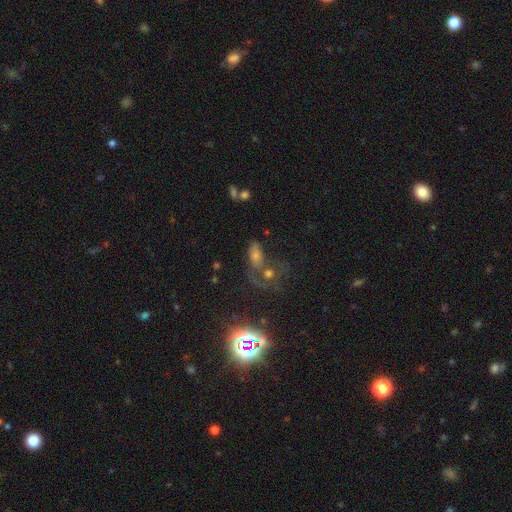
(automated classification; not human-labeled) Smooth or featured?
  - smooth: 38% * (tied)
  - star or artifact: 38% * (tied)
  - featured or disk: 24%
Merging?
  - none: 37% *
  - merger: 34%
  - major disturbance: 15%
  - minor disturbance: 14%